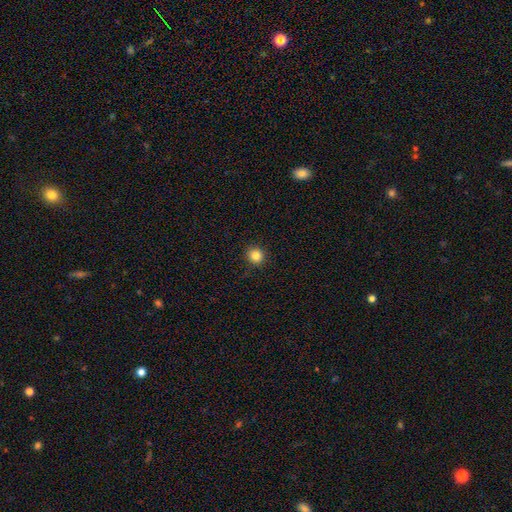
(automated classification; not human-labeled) Smooth or featured? smooth (84%)
How rounded? round (92%)
Merging? none (92%)